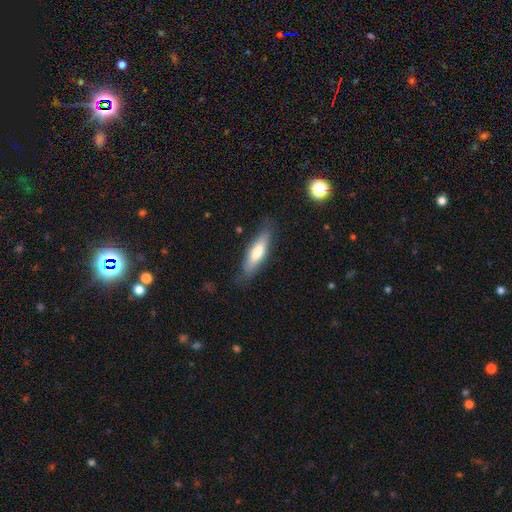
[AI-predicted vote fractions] Q: Smooth or featured?
A: smooth (63%); runner-up: featured or disk (31%)
Q: How rounded?
A: cigar-shaped (69%); runner-up: in between (29%)
Q: Merging?
A: none (83%); runner-up: minor disturbance (12%)